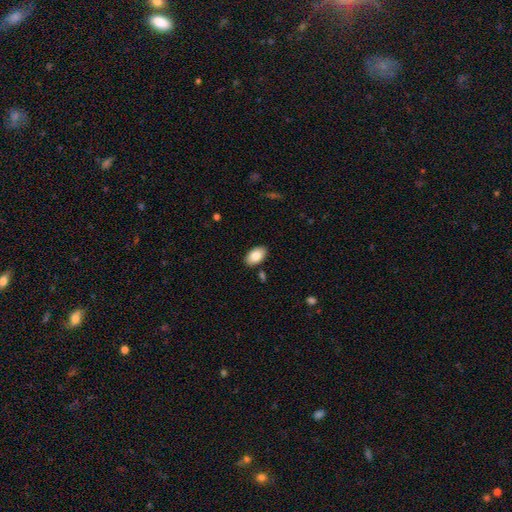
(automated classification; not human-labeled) smooth_or_featured: smooth (p=0.84) [alt: featured or disk p=0.10]
how_rounded: in between (p=0.94) [alt: round p=0.05]
merging: none (p=0.87) [alt: minor disturbance p=0.09]